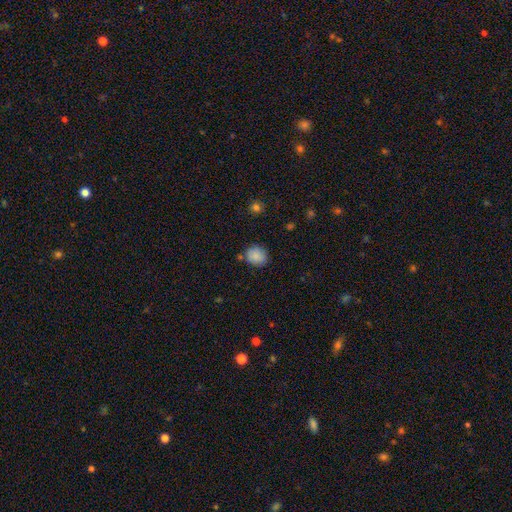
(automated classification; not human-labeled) Overall: smooth (87%). How rounded: round (73%). Merging: none (77%).